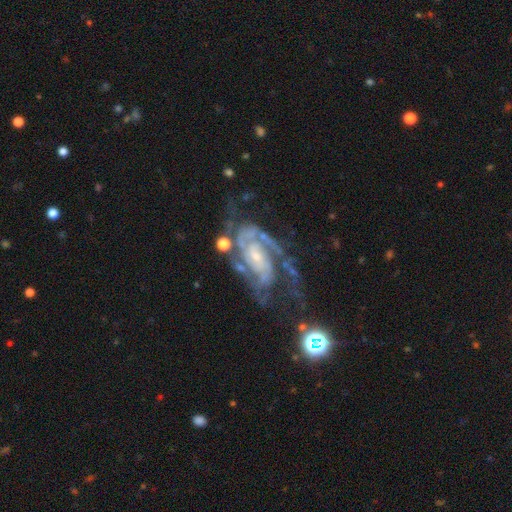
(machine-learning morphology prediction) Overall: featured or disk (90%). Edge-on disk: no (96%). Bar: no (48%; weak 35%). Spiral arms: yes (98%). Spiral arm count: 2 (52%; 3 21%). Spiral winding: tight (52%; medium 40%). Bulge size: small (71%). Merging: none (55%; minor disturbance 21%).